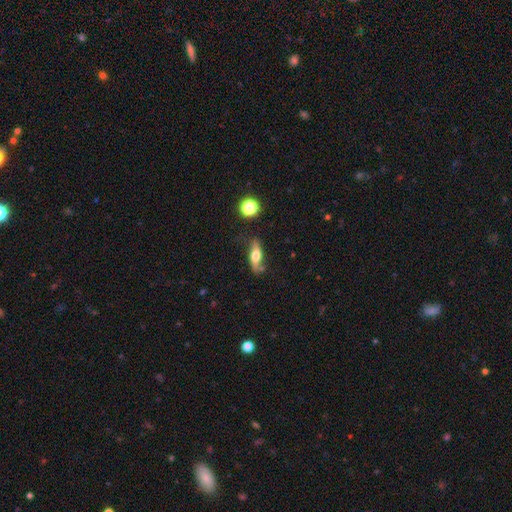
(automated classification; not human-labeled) This is possibly a featured or disk galaxy (52%). It is possibly viewed edge-on (55%). Merging: likely none (67%).